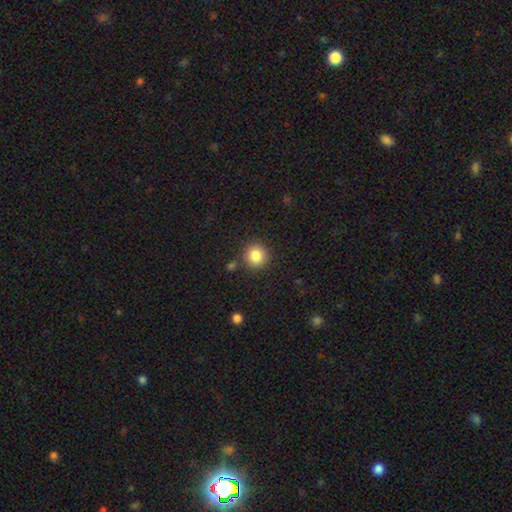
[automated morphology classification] The model was most divided on "smooth or featured": smooth: 85%, star or artifact: 10%, featured or disk: 5%. More confident: how rounded — round (92%); merging — none (86%).